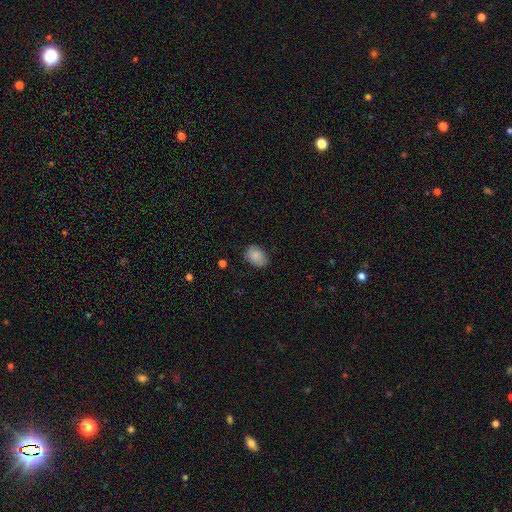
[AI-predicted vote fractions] This appears to be a smooth galaxy with no disk features (86%) that is in between round and cigar-shaped (75%). Merging: none (75%).